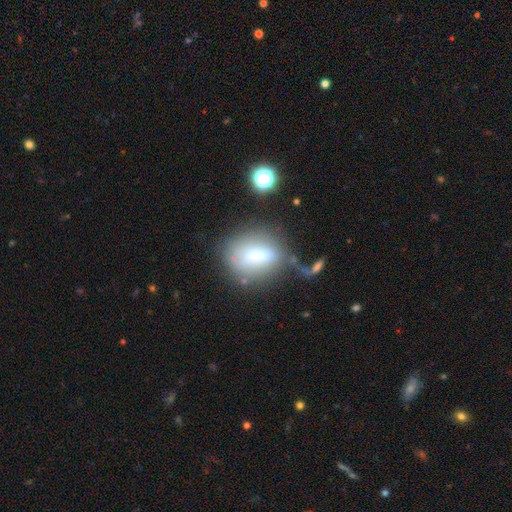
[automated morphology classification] Smooth or featured: smooth — 63% (featured or disk — 25%)
How rounded: in between — 54% (round — 40%)
Merging: none — 51% (minor disturbance — 21%)